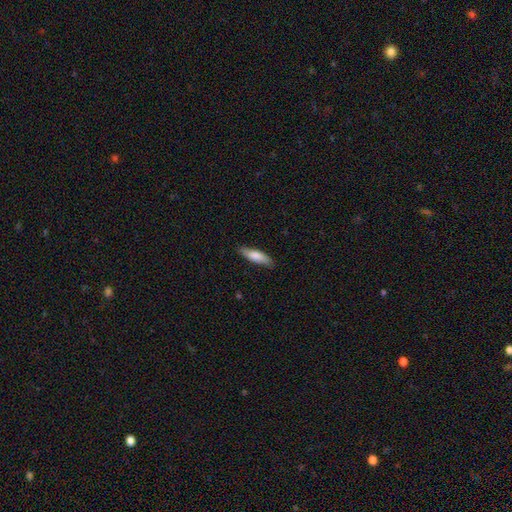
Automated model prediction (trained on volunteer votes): smooth-or-featured: smooth: 77% | featured or disk: 18% | star or artifact: 5%
  how-rounded: cigar-shaped: 63% | in between: 35% | round: 2%
  merging: none: 84% | minor disturbance: 12% | major disturbance: 2% | merger: 1%